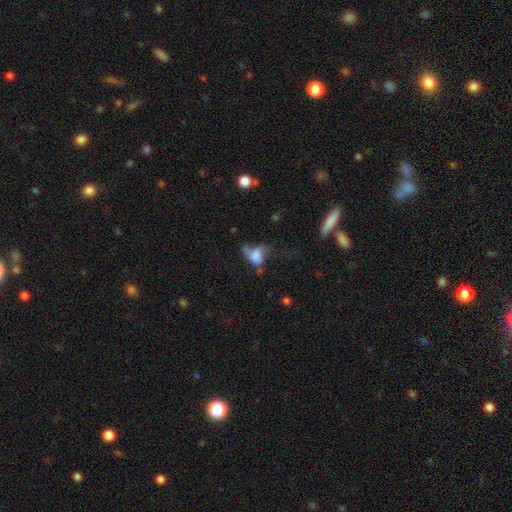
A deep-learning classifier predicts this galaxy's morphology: A smooth galaxy with no disk features (57%) that is in between round and cigar-shaped (80%).

Vote fractions:
- Smooth or featured? smooth: 57% / featured or disk: 31% / star or artifact: 12%
- How rounded? in between: 80% / round: 16% / cigar-shaped: 4%
- Merging? major disturbance: 47% / minor disturbance: 21% / none: 20% / merger: 12%